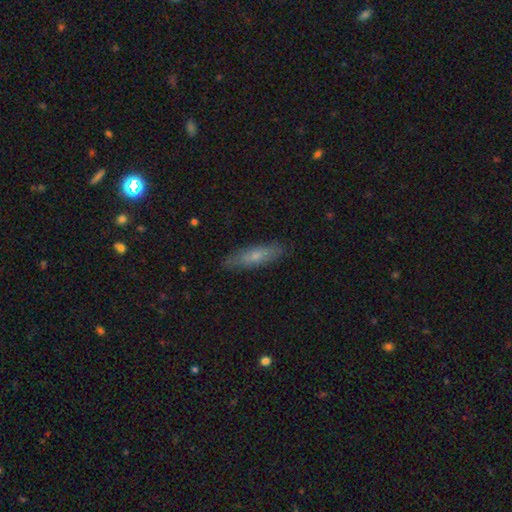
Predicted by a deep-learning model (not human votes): Smooth or featured: smooth — 65% (featured or disk — 28%)
How rounded: cigar-shaped — 67% (in between — 31%)
Merging: none — 85% (minor disturbance — 12%)